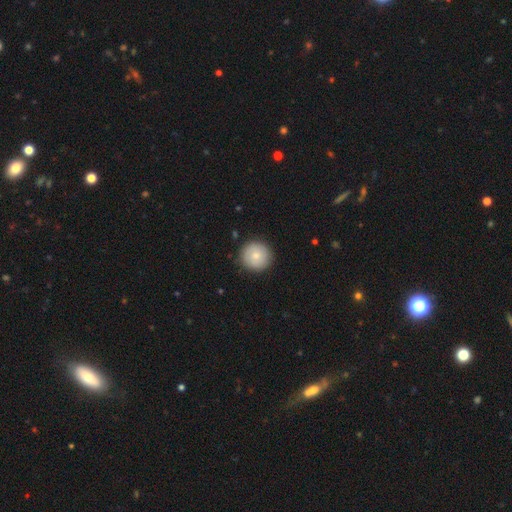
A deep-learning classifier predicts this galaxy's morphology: smooth-or-featured: smooth: 76% | featured or disk: 18% | star or artifact: 6%
  how-rounded: round: 95% | in between: 4% | cigar-shaped: 1%
  merging: none: 90% | minor disturbance: 7% | major disturbance: 2% | merger: 1%